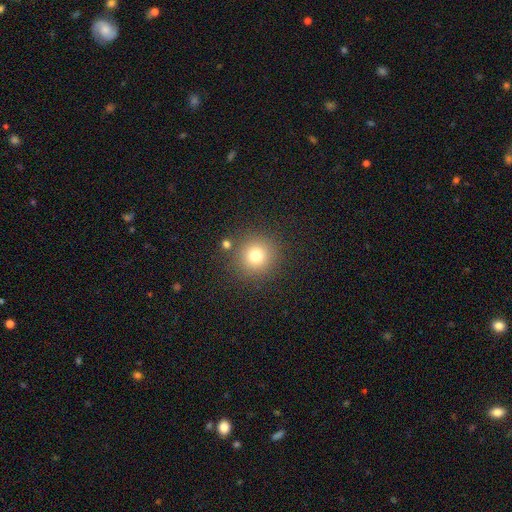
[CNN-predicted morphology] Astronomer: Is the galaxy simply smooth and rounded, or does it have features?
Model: smooth — 76%.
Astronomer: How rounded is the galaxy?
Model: round — 93%.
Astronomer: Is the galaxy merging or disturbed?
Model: none — 85%.